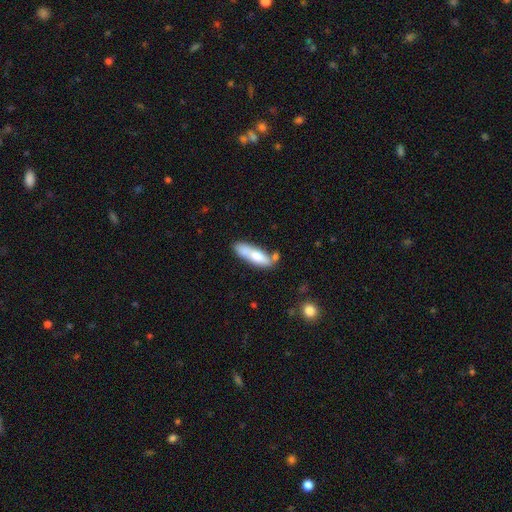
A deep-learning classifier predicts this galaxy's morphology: smooth-or-featured: smooth: 71% | featured or disk: 23% | star or artifact: 6%
  how-rounded: cigar-shaped: 58% | in between: 40% | round: 2%
  merging: none: 54% | minor disturbance: 21% | merger: 19% | major disturbance: 6%